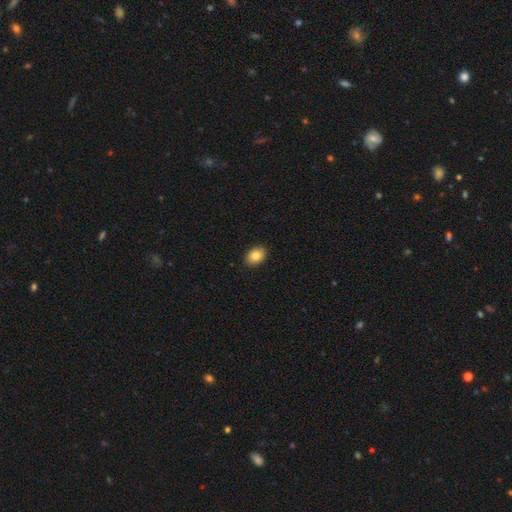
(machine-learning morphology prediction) Smooth or featured: smooth — 83% (featured or disk — 9%)
How rounded: in between — 76% (round — 23%)
Merging: none — 90% (minor disturbance — 8%)